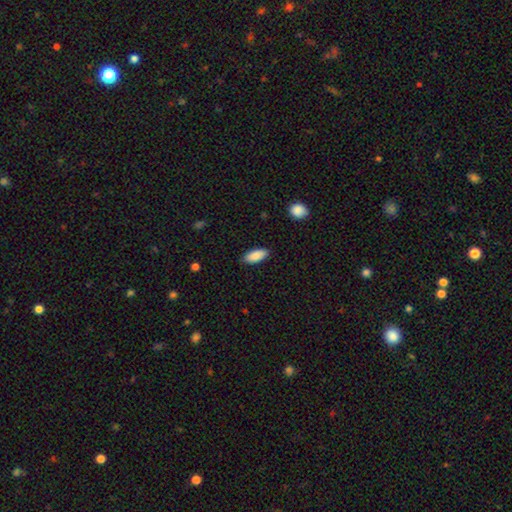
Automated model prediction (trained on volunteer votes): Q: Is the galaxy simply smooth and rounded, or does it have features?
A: smooth — 87%.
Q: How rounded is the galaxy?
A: in between — 84%.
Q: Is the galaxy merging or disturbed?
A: none — 87%.